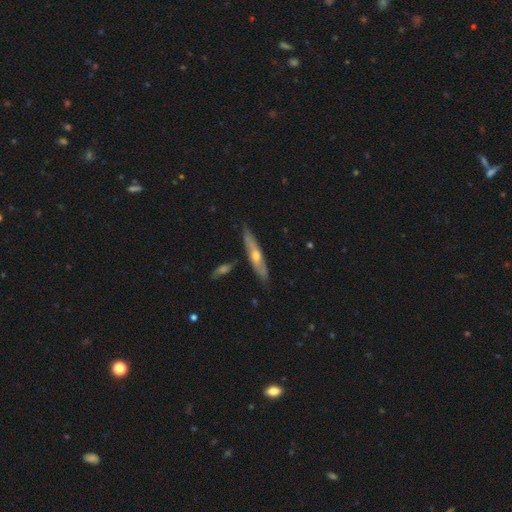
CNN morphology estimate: Smooth or featured? featured or disk (62%)
Edge-on disk? yes (74%)
Merging? none (82%)